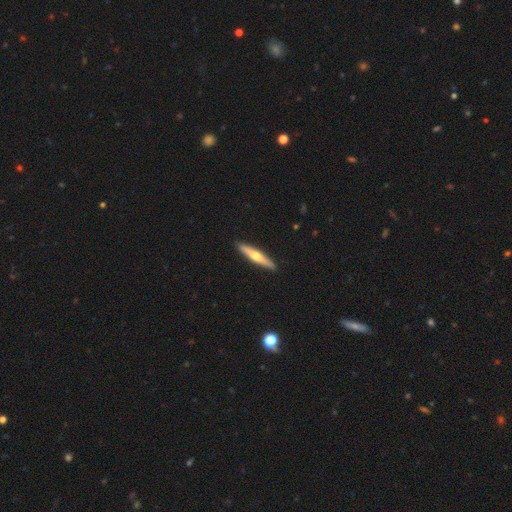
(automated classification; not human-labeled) Smooth or featured? Predicted: featured or disk (p=0.52). Edge-on disk? Predicted: yes (p=0.94). Merging? Predicted: none (p=0.92).